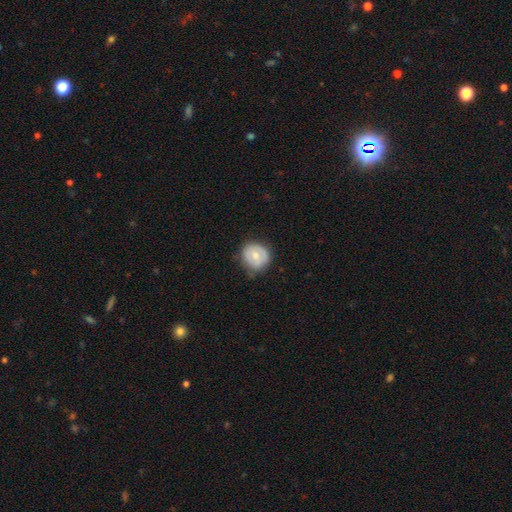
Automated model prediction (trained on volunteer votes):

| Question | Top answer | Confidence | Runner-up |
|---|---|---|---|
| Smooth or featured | smooth | 62% | featured or disk (31%) |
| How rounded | round | 84% | in between (15%) |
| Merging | none | 65% | minor disturbance (27%) |